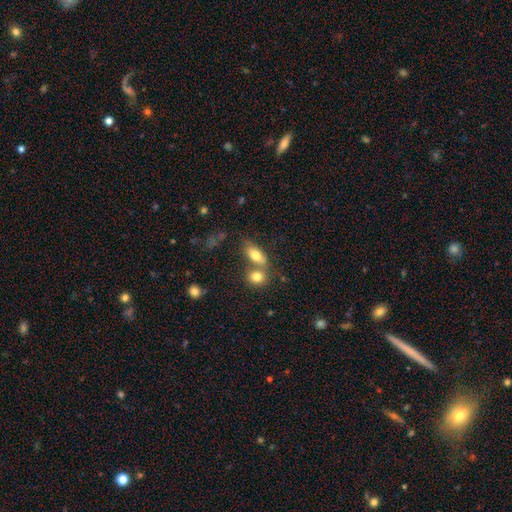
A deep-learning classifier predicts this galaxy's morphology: Overall: smooth (76%). How rounded: in between (79%). Merging: merger (43%; none 42%).